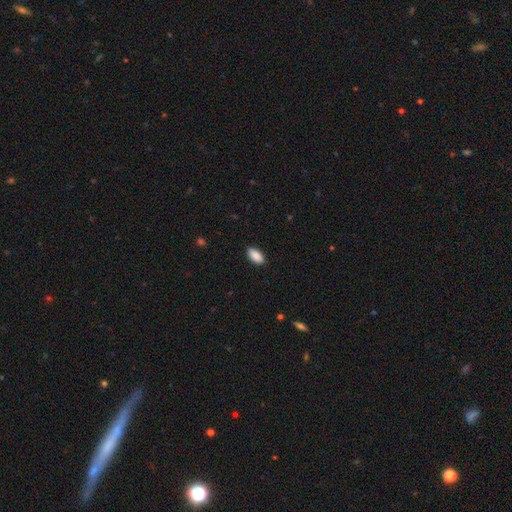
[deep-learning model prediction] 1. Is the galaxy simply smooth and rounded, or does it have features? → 90% smooth, 7% star or artifact, 3% featured or disk.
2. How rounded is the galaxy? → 93% in between, 5% cigar-shaped, 2% round.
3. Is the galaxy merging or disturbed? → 89% none, 8% minor disturbance, 2% major disturbance, 1% merger.